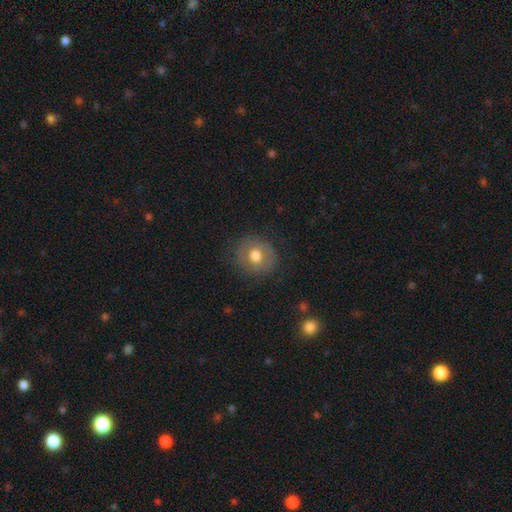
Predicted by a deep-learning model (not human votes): A smooth galaxy with no disk features (67%) that is round (86%). Merging: none (79%).